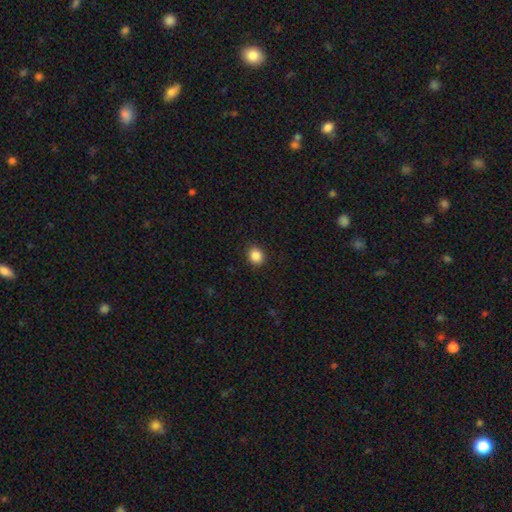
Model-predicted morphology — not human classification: Smooth or featured? smooth (86%)
How rounded? round (75%)
Merging? none (90%)